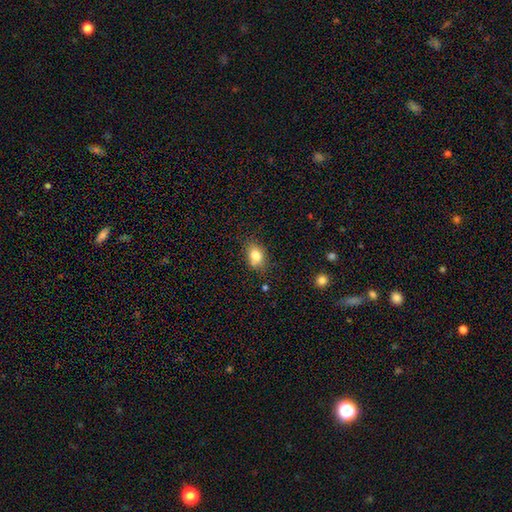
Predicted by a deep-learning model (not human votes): Smooth or featured? smooth (81%)
How rounded? in between (70%)
Merging? none (74%)